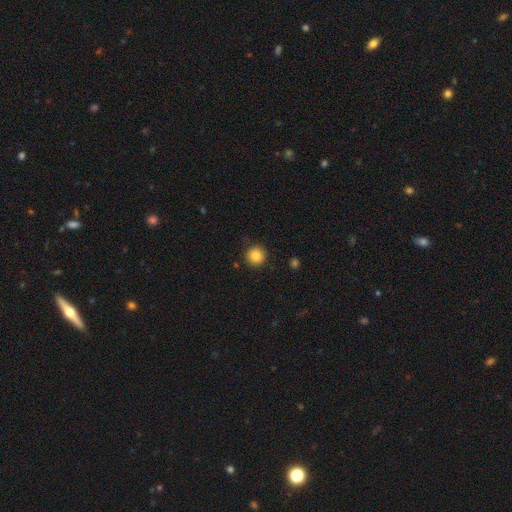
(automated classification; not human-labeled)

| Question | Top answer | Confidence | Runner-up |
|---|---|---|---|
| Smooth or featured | smooth | 84% | star or artifact (10%) |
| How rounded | round | 95% | in between (4%) |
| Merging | none | 90% | minor disturbance (6%) |